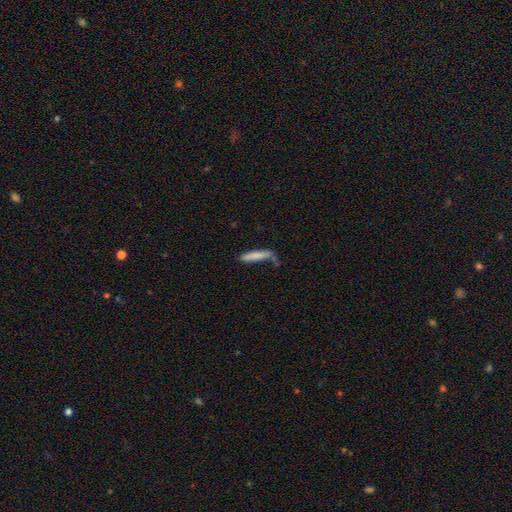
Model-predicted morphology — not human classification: Smooth or featured?
  - smooth: 77% *
  - featured or disk: 16%
  - star or artifact: 7%
How rounded?
  - cigar-shaped: 89% *
  - in between: 10%
  - round: 1%
Merging?
  - none: 59% *
  - minor disturbance: 23%
  - merger: 10%
  - major disturbance: 8%